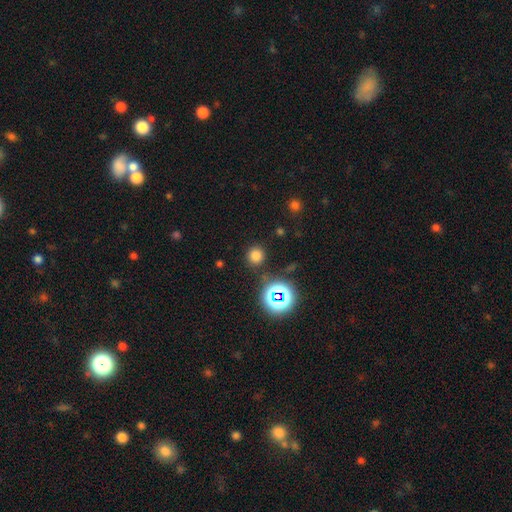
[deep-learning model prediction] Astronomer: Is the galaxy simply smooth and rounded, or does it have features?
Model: smooth — 72%.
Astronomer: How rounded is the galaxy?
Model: round — 92%.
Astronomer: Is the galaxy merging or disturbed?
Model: none — 87%.